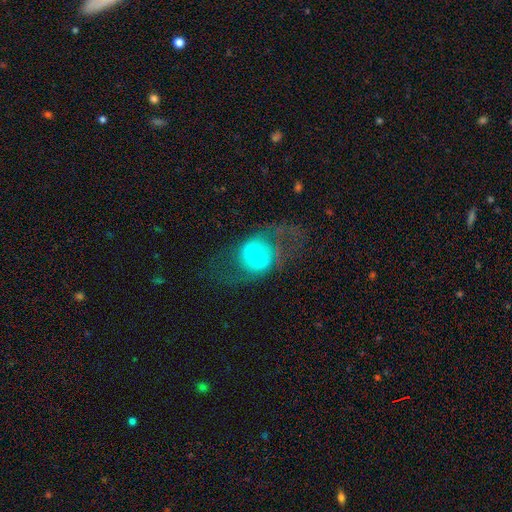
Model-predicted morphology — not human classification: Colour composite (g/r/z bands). It shows a featured or disk galaxy (52%). Merging: none (51%).